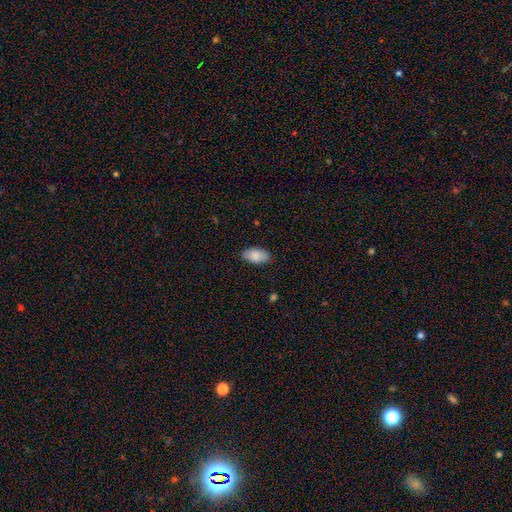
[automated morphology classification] Smooth or featured? Predicted: smooth (p=0.86). How rounded? Predicted: in between (p=0.94). Merging? Predicted: none (p=0.86).